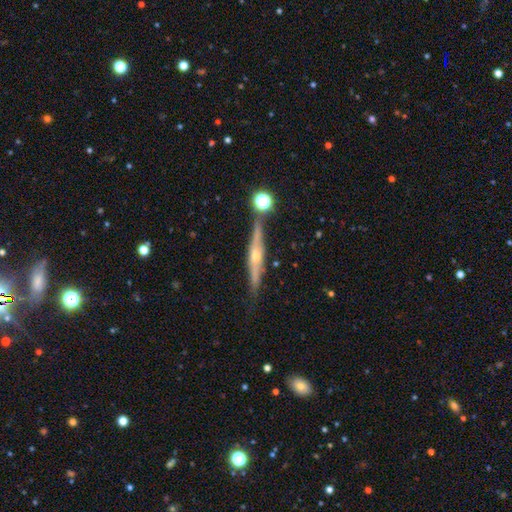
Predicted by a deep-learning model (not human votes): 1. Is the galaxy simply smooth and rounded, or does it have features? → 78% featured or disk, 15% smooth, 7% star or artifact.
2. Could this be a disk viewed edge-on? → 96% yes, 4% no.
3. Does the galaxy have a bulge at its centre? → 84% rounded, 10% none, 6% boxy.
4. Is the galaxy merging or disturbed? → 81% none, 11% minor disturbance, 5% merger, 3% major disturbance.